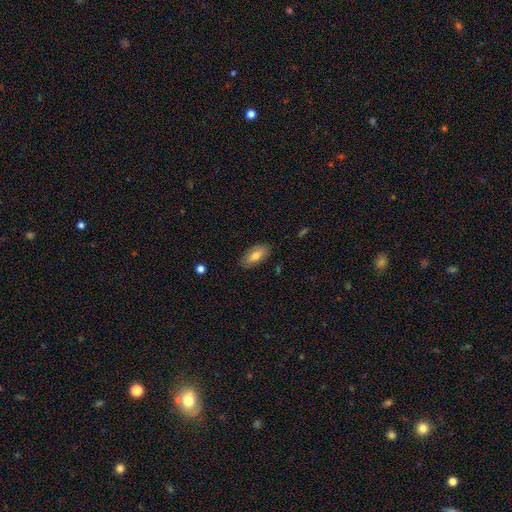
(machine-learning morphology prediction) The model was most divided on "smooth or featured": smooth: 72%, featured or disk: 22%, star or artifact: 7%. More confident: how rounded — in between (90%); merging — none (85%).